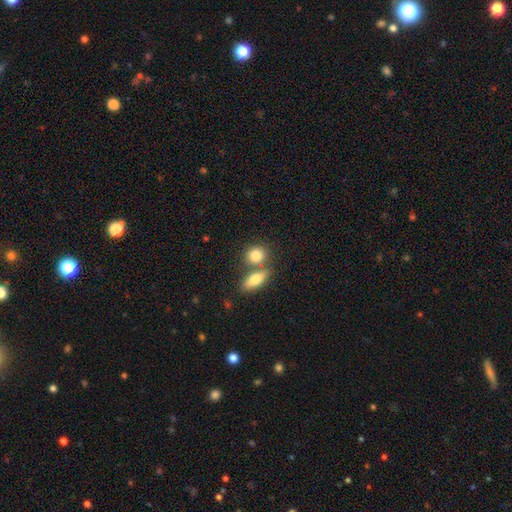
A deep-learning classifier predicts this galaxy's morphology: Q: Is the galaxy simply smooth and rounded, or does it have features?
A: smooth — 83%.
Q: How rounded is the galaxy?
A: round — 55%.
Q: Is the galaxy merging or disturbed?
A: none — 50%.